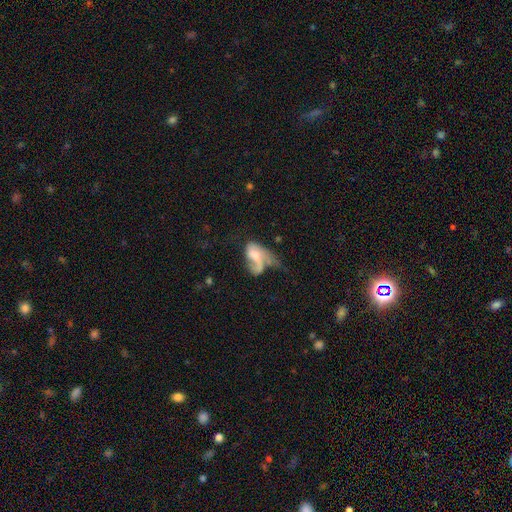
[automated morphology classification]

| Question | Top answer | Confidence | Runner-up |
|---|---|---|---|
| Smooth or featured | featured or disk | 47% | smooth (44%) |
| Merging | major disturbance | 45% | merger (22%) |